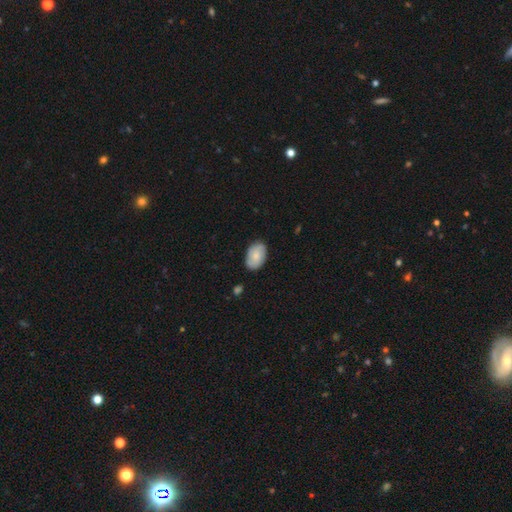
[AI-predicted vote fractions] smooth_or_featured: smooth (p=0.75) [alt: featured or disk p=0.18]
how_rounded: in between (p=0.90) [alt: round p=0.09]
merging: none (p=0.80) [alt: minor disturbance p=0.16]